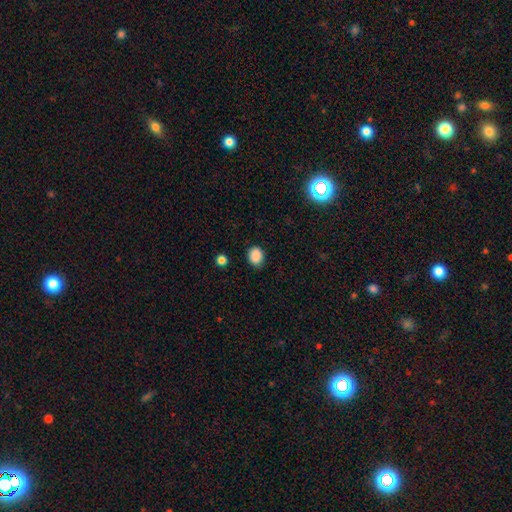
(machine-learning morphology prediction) This appears to be a smooth galaxy with no disk features (88%) that is in between round and cigar-shaped (51%). Merging: none (85%).